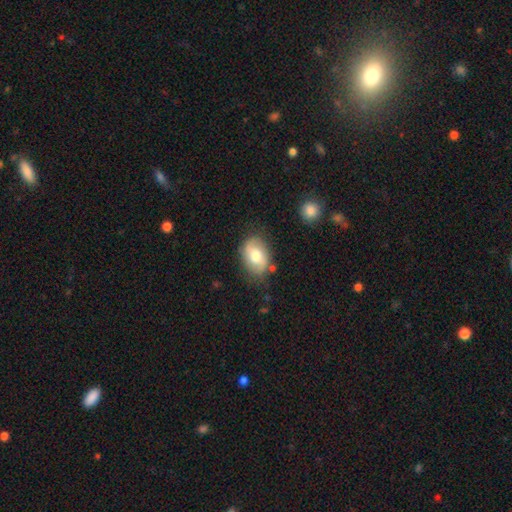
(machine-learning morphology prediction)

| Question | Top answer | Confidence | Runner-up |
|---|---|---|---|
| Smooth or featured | smooth | 61% | featured or disk (32%) |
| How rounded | in between | 80% | round (19%) |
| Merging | none | 75% | minor disturbance (18%) |